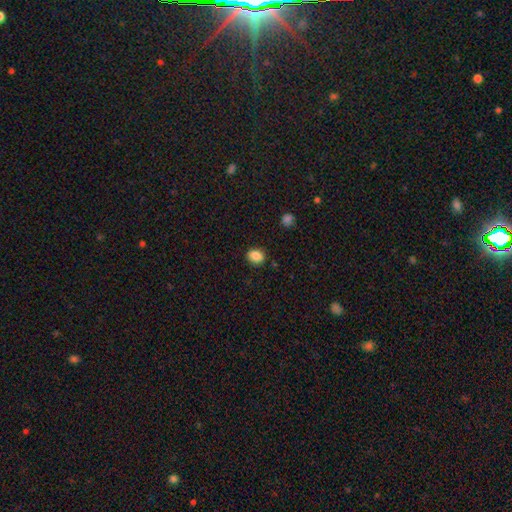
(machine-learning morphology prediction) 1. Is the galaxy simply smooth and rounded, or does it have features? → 86% smooth, 10% star or artifact, 4% featured or disk.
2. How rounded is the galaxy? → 50% round, 49% in between, 1% cigar-shaped.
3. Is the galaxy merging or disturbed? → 86% none, 10% minor disturbance, 2% major disturbance, 2% merger.